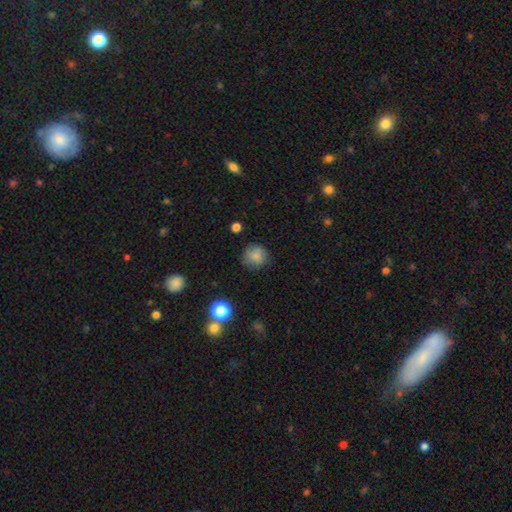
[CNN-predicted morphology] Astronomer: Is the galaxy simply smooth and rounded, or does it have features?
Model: smooth — 80%.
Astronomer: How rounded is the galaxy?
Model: round — 89%.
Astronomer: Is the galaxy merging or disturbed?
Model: none — 77%.